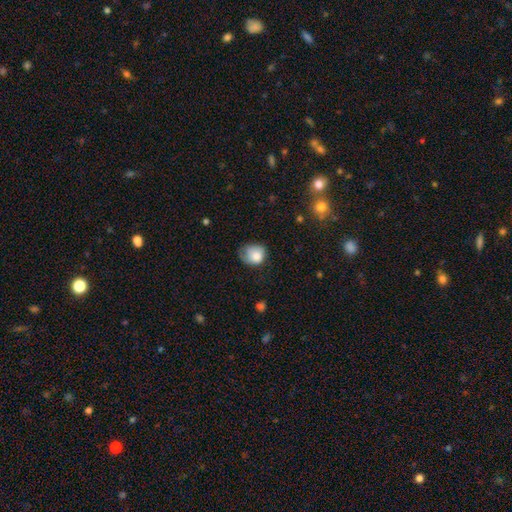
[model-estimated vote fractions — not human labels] This is clearly a smooth galaxy (81%). How rounded: likely round (64%). Merging: marginally none (41%).